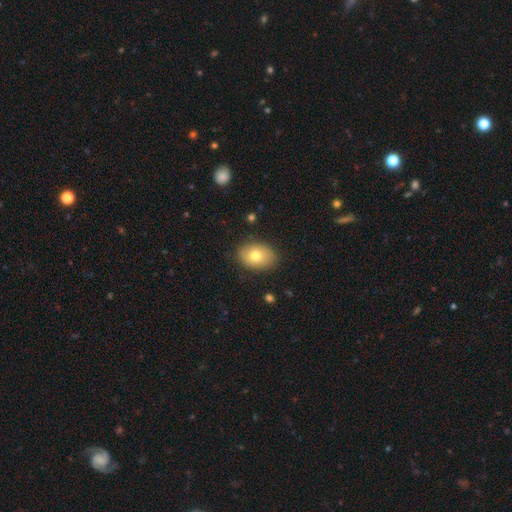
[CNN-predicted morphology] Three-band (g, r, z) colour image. It shows a smooth galaxy with no disk features (76%) that is in between round and cigar-shaped (78%). Merging: none (85%).